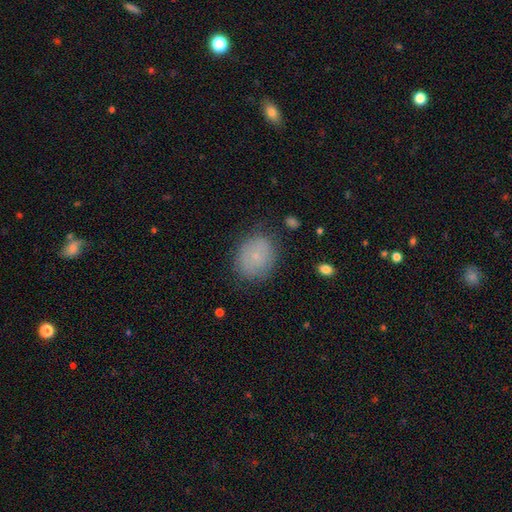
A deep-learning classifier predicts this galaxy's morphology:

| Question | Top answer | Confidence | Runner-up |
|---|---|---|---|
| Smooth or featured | smooth | 72% | featured or disk (18%) |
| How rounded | round | 59% | in between (40%) |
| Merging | none | 79% | minor disturbance (15%) |